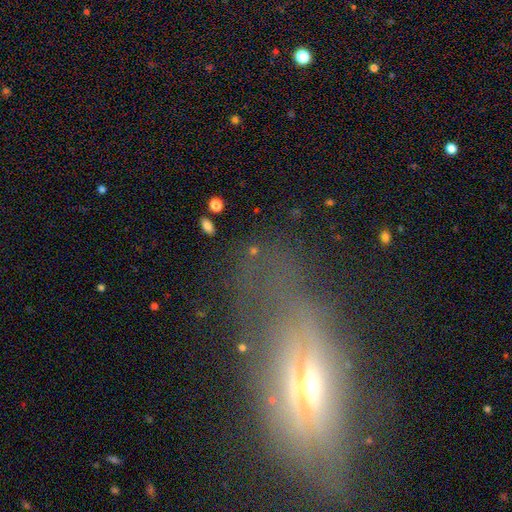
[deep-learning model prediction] Smooth or featured? star or artifact (37%)